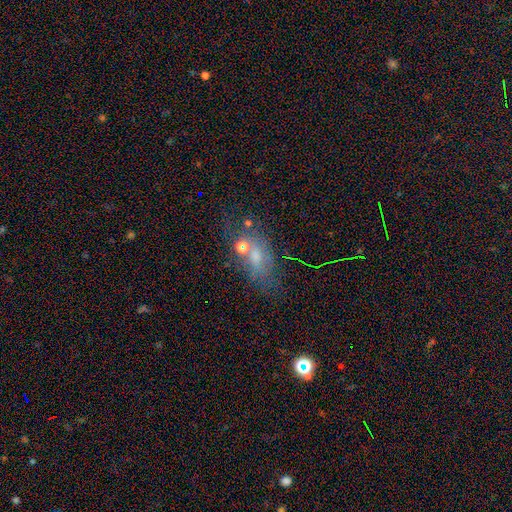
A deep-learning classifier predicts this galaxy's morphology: The model was most divided on "smooth or featured": smooth: 43%, featured or disk: 30%, star or artifact: 27%. More confident: merging — none (54%).